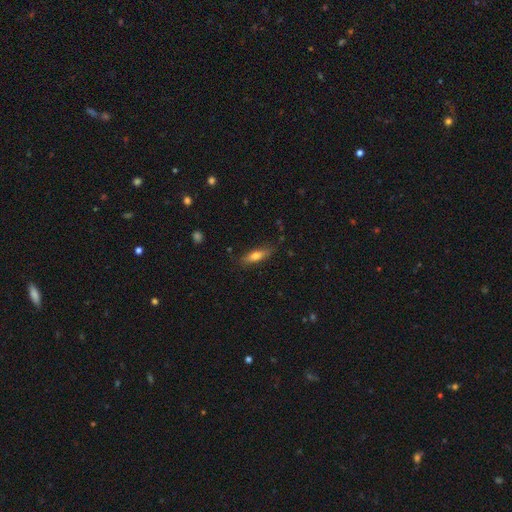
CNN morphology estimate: A smooth galaxy with no disk features (68%) that is cigar-shaped (56%).

Vote fractions:
- Smooth or featured? smooth: 68% / featured or disk: 26% / star or artifact: 7%
- How rounded? cigar-shaped: 56% / in between: 42% / round: 2%
- Merging? none: 82% / minor disturbance: 14% / major disturbance: 3% / merger: 2%